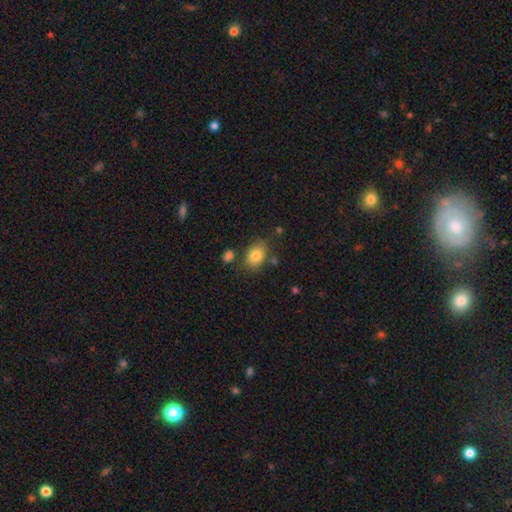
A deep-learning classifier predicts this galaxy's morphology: Smooth or featured: smooth — 82% (featured or disk — 10%)
How rounded: in between — 76% (round — 23%)
Merging: none — 75% (minor disturbance — 15%)